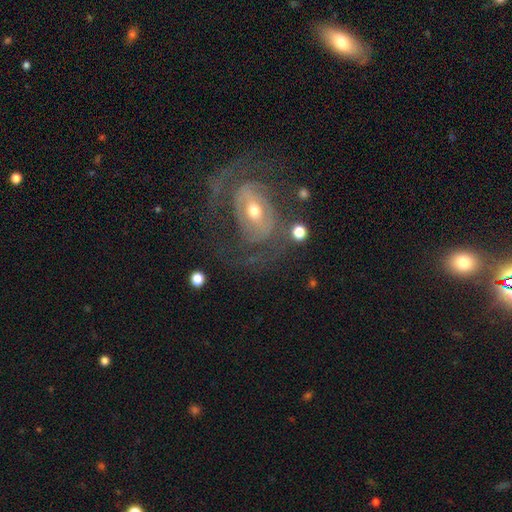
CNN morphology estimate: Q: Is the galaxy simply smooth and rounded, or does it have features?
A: featured or disk — 79%.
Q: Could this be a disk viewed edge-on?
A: no — 96%.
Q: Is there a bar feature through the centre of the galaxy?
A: no — 44%.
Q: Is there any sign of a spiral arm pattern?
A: yes — 73%.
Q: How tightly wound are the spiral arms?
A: tight — 43%.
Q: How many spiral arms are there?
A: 2 — 64%.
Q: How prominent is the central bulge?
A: moderate — 50%.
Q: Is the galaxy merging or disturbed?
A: none — 64%.